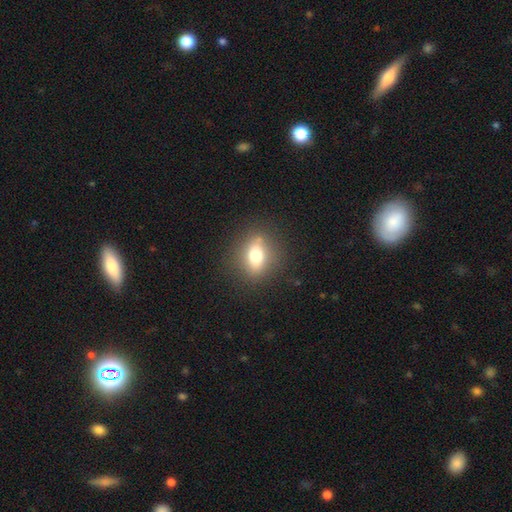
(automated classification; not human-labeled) This appears to be a smooth galaxy with no disk features (68%) that is in between round and cigar-shaped (58%). Merging: none (82%).